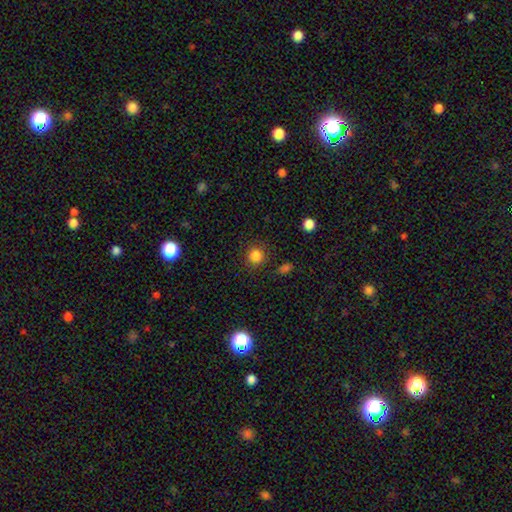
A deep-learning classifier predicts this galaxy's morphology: The model was most divided on "smooth or featured": smooth: 84%, star or artifact: 12%, featured or disk: 4%. More confident: how rounded — round (89%); merging — none (86%).